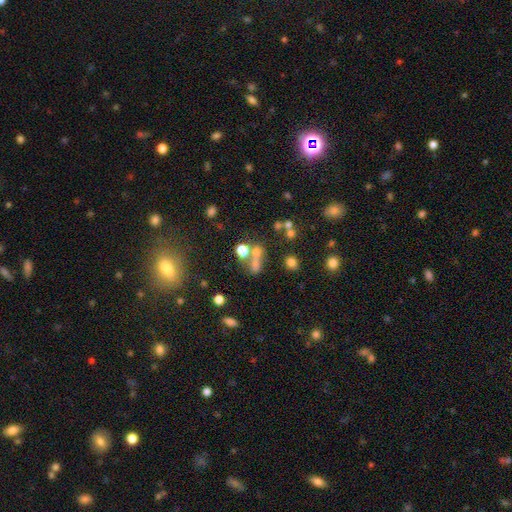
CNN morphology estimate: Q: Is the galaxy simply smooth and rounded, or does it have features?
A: smooth — 58%.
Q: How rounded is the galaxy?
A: round — 54%.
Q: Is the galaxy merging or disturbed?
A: none — 44%.